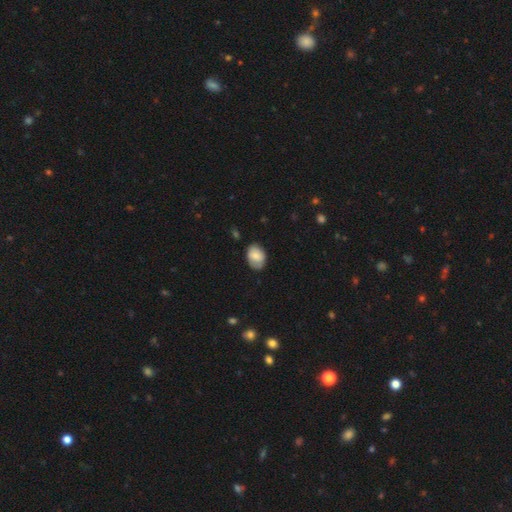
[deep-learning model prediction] smooth-or-featured: smooth: 80% | featured or disk: 14% | star or artifact: 7%
  how-rounded: in between: 80% | round: 19% | cigar-shaped: 1%
  merging: none: 73% | minor disturbance: 22% | major disturbance: 4% | merger: 1%